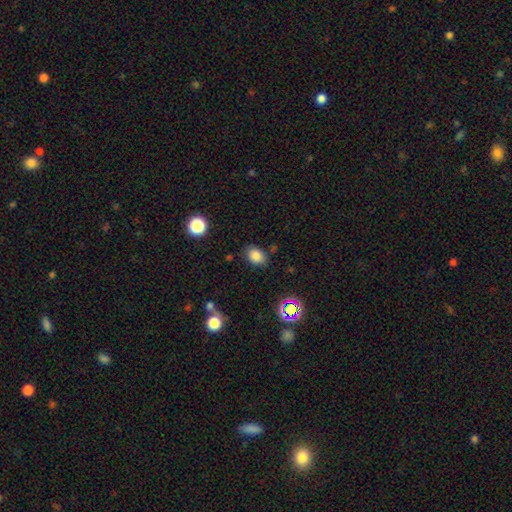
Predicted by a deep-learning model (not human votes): The model was most divided on "how rounded": in between: 67%, round: 32%, cigar-shaped: 1%. More confident: smooth or featured — smooth (82%); merging — none (78%).